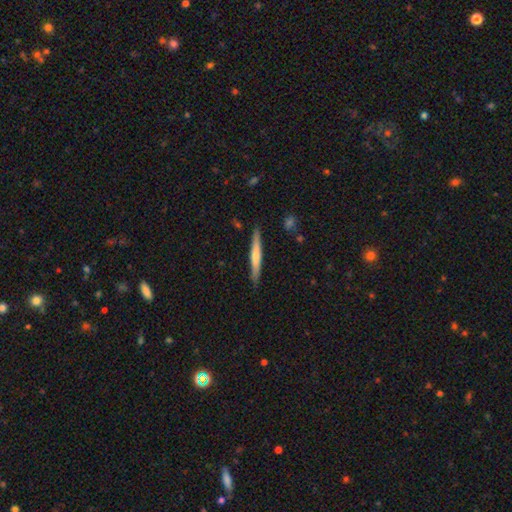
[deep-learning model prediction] smooth-or-featured: smooth: 54% | featured or disk: 41% | star or artifact: 5%
  how-rounded: cigar-shaped: 95% | in between: 4% | round: 1%
  merging: none: 88% | minor disturbance: 9% | major disturbance: 2% | merger: 1%